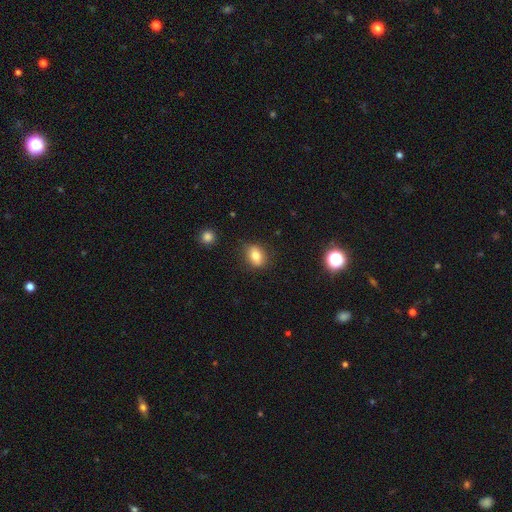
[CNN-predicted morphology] smooth-or-featured: smooth: 77% | featured or disk: 13% | star or artifact: 10%
  how-rounded: in between: 68% | round: 30% | cigar-shaped: 2%
  merging: none: 82% | minor disturbance: 13% | major disturbance: 3% | merger: 2%